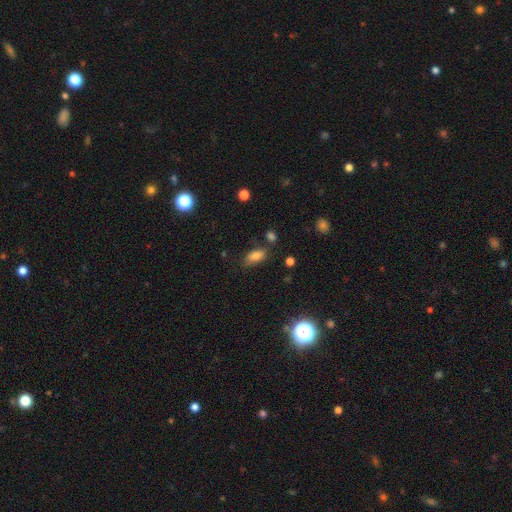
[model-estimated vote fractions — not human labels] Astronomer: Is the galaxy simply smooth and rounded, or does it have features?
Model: smooth — 80%.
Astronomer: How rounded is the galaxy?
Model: in between — 87%.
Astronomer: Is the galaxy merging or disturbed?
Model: none — 72%.